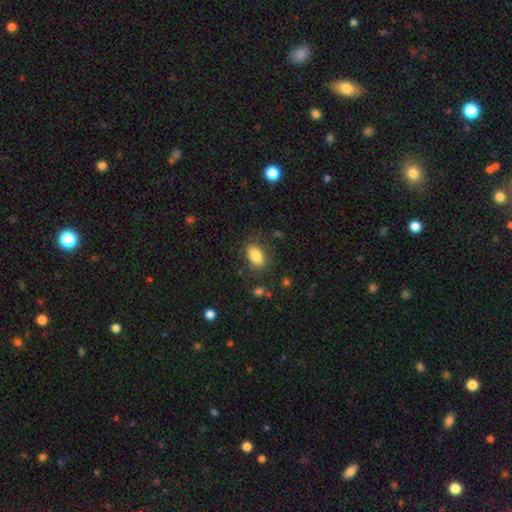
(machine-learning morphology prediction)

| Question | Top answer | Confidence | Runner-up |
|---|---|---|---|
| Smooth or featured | smooth | 83% | featured or disk (9%) |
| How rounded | in between | 89% | round (9%) |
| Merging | none | 81% | minor disturbance (13%) |